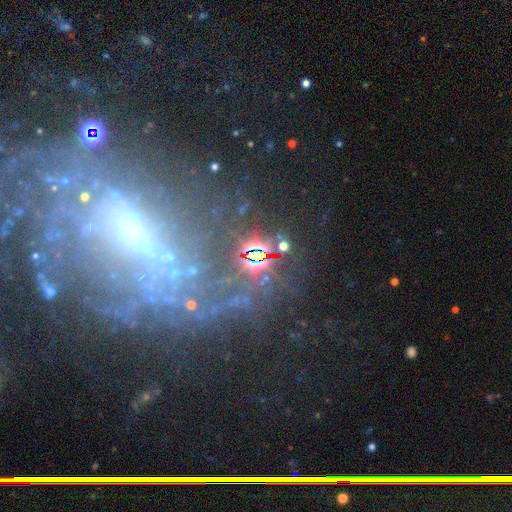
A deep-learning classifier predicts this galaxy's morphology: Smooth or featured?
  - star or artifact: 73% *
  - featured or disk: 15%
  - smooth: 12%